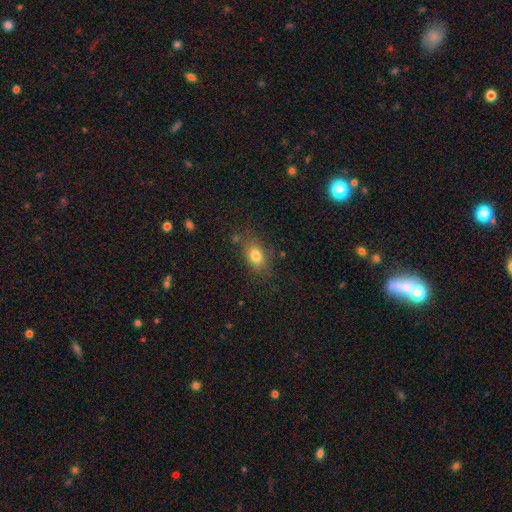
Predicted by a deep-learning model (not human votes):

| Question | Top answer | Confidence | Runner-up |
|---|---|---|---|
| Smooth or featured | smooth | 79% | featured or disk (11%) |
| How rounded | in between | 73% | round (25%) |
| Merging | none | 72% | minor disturbance (18%) |